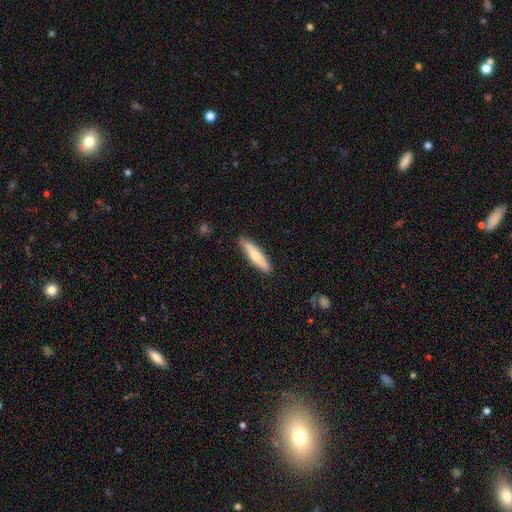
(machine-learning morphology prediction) type=smooth (69%); roundness=cigar-shaped (81%); merging=none (87%).